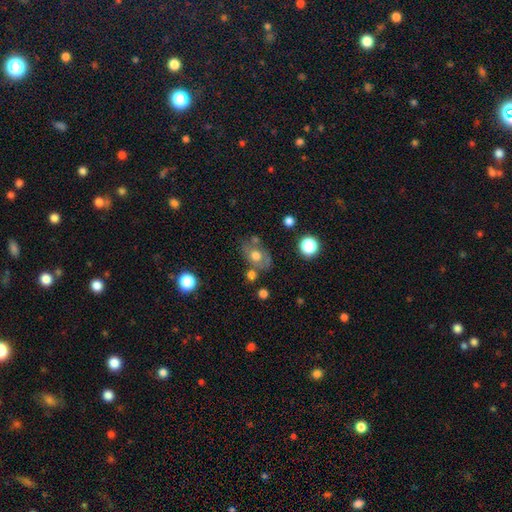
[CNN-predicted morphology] Smooth or featured? smooth (57%)
How rounded? in between (64%)
Merging? none (55%)